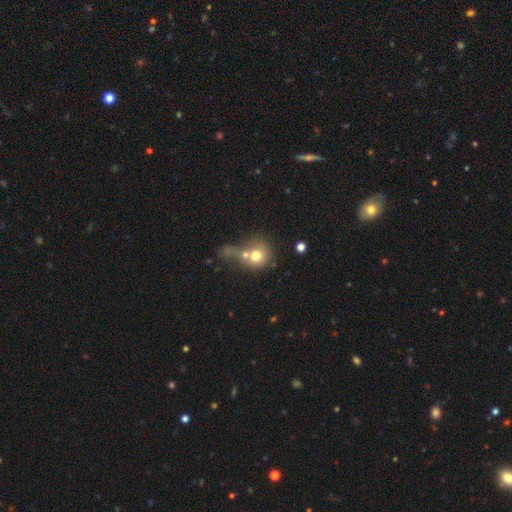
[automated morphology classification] smooth 69%, featured or disk 19%, star or artifact 12%. Down the decision tree: how rounded — round (82%); merging — merger (54%).